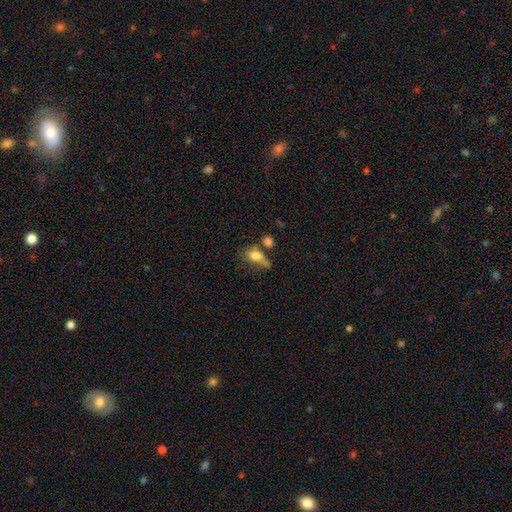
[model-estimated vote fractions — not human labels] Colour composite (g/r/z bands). It shows a smooth galaxy with no disk features (73%) that is in between round and cigar-shaped (68%). Merging: none (29%).